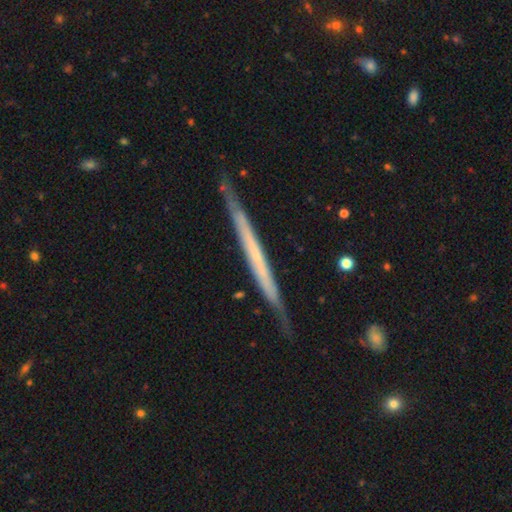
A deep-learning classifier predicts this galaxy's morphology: Smooth or featured?
  - featured or disk: 65% *
  - smooth: 30%
  - star or artifact: 5%
Edge-on disk?
  - yes: 95% *
  - no: 5%
Edge-on bulge?
  - none: 87% *
  - rounded: 8%
  - boxy: 4%
Merging?
  - none: 81% *
  - minor disturbance: 15%
  - major disturbance: 2%
  - merger: 2%